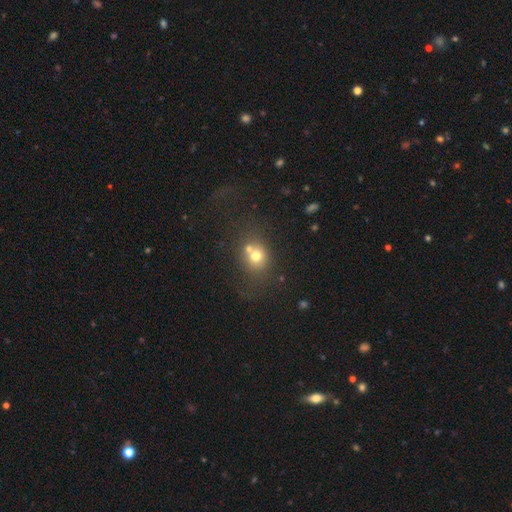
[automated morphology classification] This appears to be a smooth galaxy with no disk features (67%) that is round (72%). Merging: none (44%).